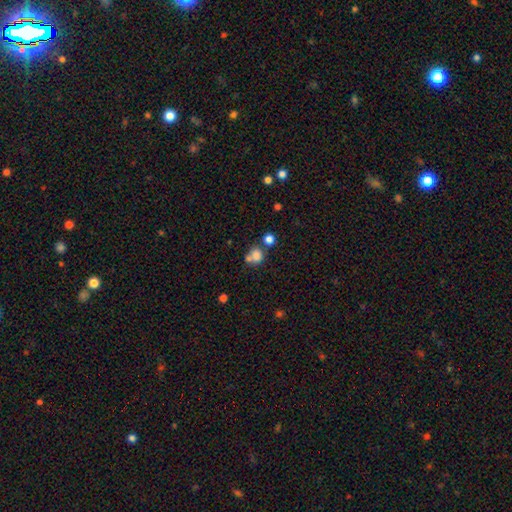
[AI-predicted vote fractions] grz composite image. It shows a smooth galaxy with no disk features (77%) that is round (69%). Merging: none (42%).